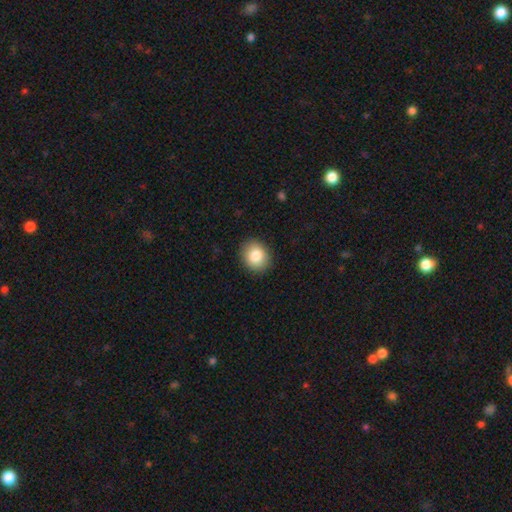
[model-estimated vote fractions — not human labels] A smooth galaxy with no disk features (84%) that is round (64%).

Vote fractions:
- Smooth or featured? smooth: 84% / star or artifact: 9% / featured or disk: 8%
- How rounded? round: 64% / in between: 35% / cigar-shaped: 1%
- Merging? none: 90% / minor disturbance: 7% / major disturbance: 2% / merger: 1%